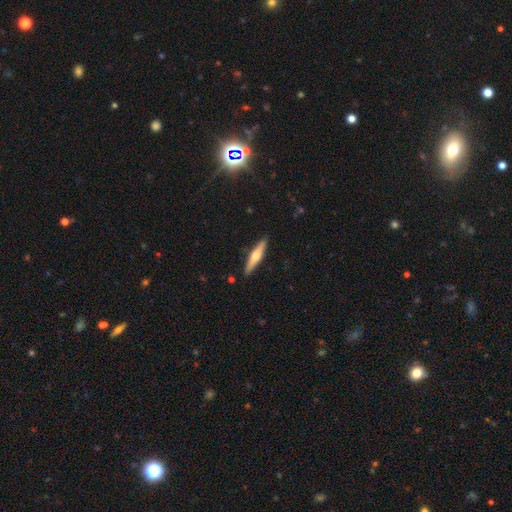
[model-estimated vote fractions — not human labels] featured or disk 54%, smooth 41%, star or artifact 5%. Down the decision tree: edge-on disk — yes (96%); edge-on bulge — rounded (90%); merging — none (90%).